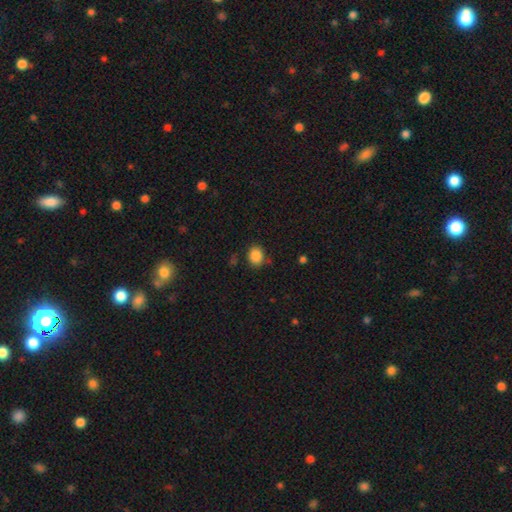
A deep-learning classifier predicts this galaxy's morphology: Smooth or featured?
  - smooth: 87% *
  - star or artifact: 9%
  - featured or disk: 4%
How rounded?
  - round: 58% *
  - in between: 41%
  - cigar-shaped: 1%
Merging?
  - none: 81% *
  - minor disturbance: 12%
  - major disturbance: 4%
  - merger: 4%